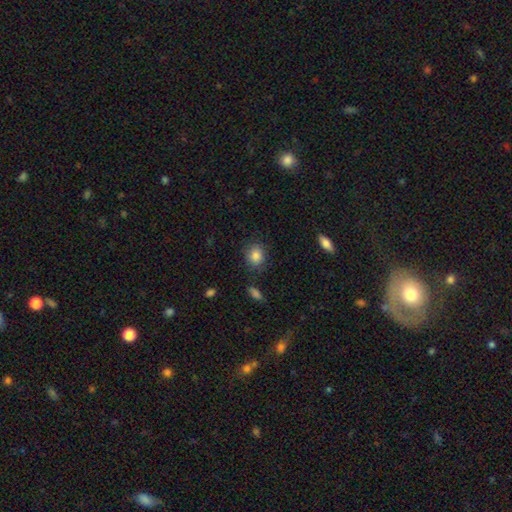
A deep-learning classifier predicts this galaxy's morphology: smooth_or_featured: smooth (p=0.85) [alt: star or artifact p=0.09]
how_rounded: round (p=0.64) [alt: in between p=0.35]
merging: none (p=0.82) [alt: minor disturbance p=0.12]